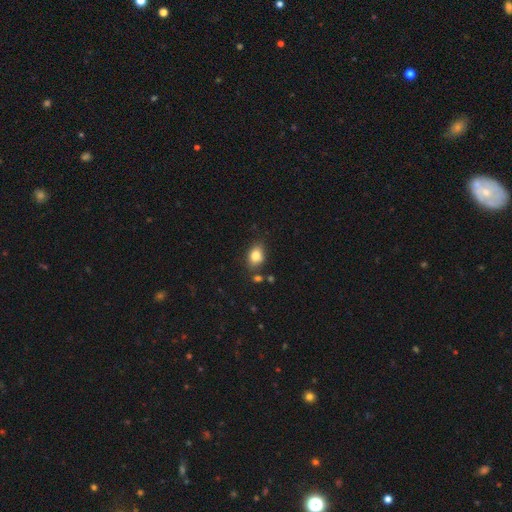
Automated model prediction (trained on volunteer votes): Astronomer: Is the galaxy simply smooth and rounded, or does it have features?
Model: smooth — 82%.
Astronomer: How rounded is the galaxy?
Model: in between — 71%.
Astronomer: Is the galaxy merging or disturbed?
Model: none — 76%.